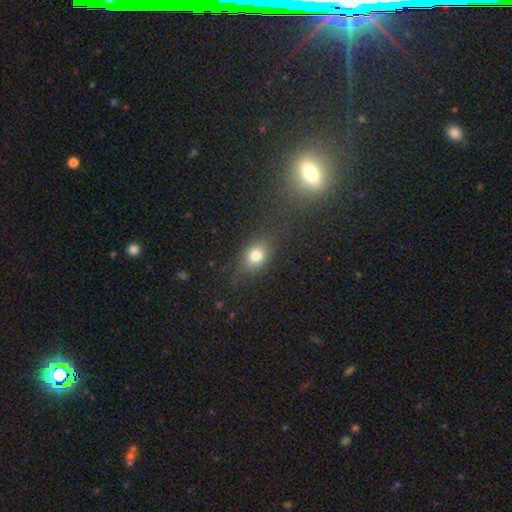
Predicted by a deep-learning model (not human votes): This appears to be a smooth galaxy with no disk features (77%) that is in between round and cigar-shaped (62%). Merging: none (73%).